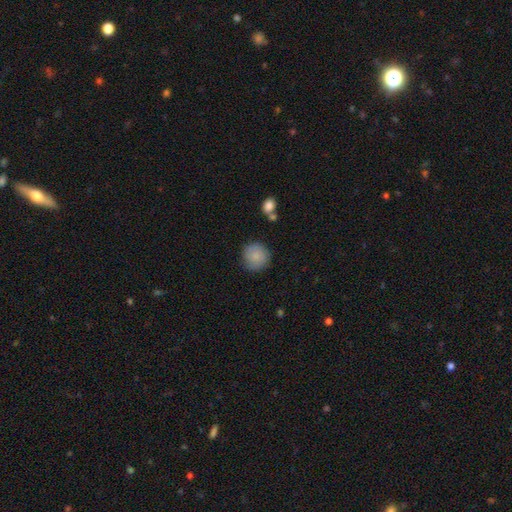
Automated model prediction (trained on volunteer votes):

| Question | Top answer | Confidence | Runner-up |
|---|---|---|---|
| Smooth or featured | smooth | 79% | featured or disk (14%) |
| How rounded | round | 93% | in between (6%) |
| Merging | none | 83% | minor disturbance (12%) |